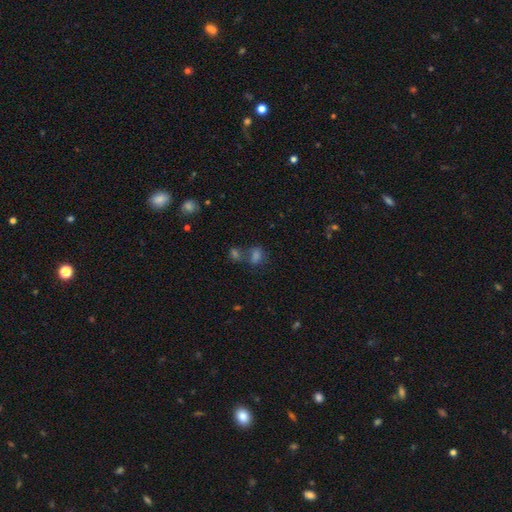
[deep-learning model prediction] Smooth or featured? Predicted: smooth (p=0.56). How rounded? Predicted: in between (p=0.64). Merging? Predicted: none (p=0.49).